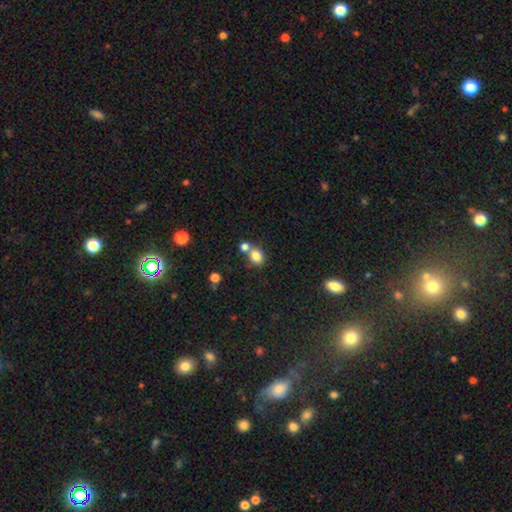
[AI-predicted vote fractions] A smooth galaxy with no disk features (81%) that is round (50%).

Vote fractions:
- Smooth or featured? smooth: 81% / star or artifact: 11% / featured or disk: 7%
- How rounded? round: 50% / in between: 49% / cigar-shaped: 1%
- Merging? none: 53% / merger: 32% / minor disturbance: 11% / major disturbance: 4%